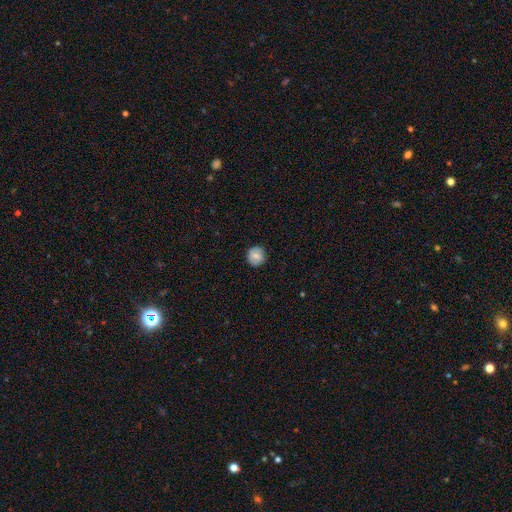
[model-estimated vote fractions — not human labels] Smooth or featured: smooth — 72% (featured or disk — 20%)
How rounded: round — 90% (in between — 10%)
Merging: none — 85% (minor disturbance — 12%)